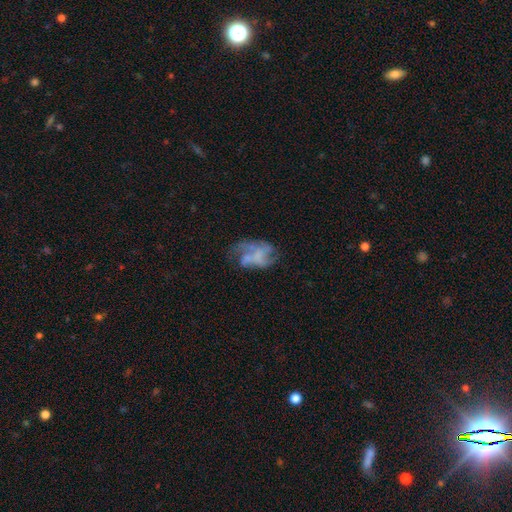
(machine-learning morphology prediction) A featured or disk galaxy (64%) with no bar (74%), spiral arms (61%) and no central bulge (70%).

Vote fractions:
- Smooth or featured? featured or disk: 64% / smooth: 26% / star or artifact: 10%
- Edge-on disk? no: 98% / yes: 2%
- Bar? no: 74% / weak: 21% / strong: 6%
- Spiral arms? yes: 61% / no: 39%
- Bulge size? none: 70% / small: 12% / moderate: 11% / large: 5% / dominant: 2%
- Merging? none: 42% / major disturbance: 30% / minor disturbance: 23% / merger: 5%